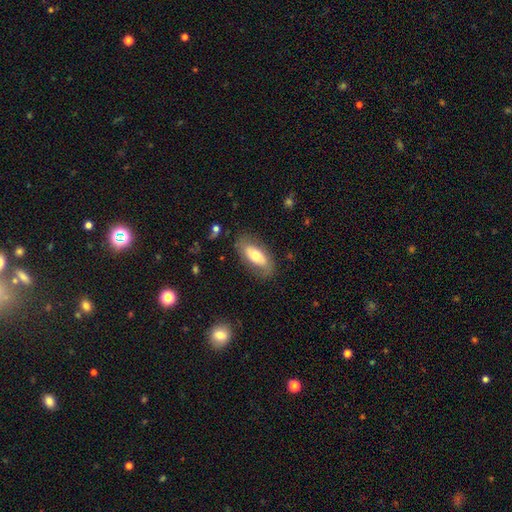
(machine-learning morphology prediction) smooth 55%, featured or disk 39%, star or artifact 6%. Down the decision tree: how rounded — in between (84%); merging — none (74%).